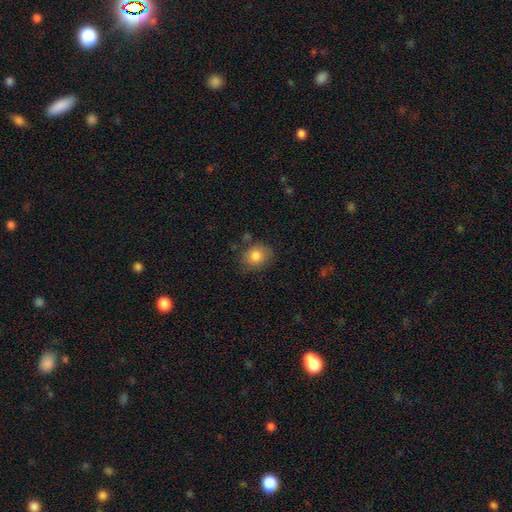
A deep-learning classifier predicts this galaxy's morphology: Smooth or featured?
  - smooth: 82% *
  - featured or disk: 9%
  - star or artifact: 9%
How rounded?
  - round: 60% *
  - in between: 39%
  - cigar-shaped: 1%
Merging?
  - none: 77% *
  - minor disturbance: 15%
  - major disturbance: 4%
  - merger: 3%